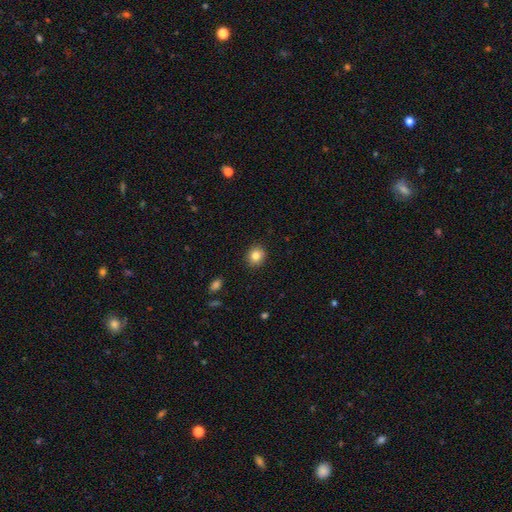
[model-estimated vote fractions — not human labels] This appears to be a smooth galaxy with no disk features (83%) that is round (77%). Merging: none (90%).